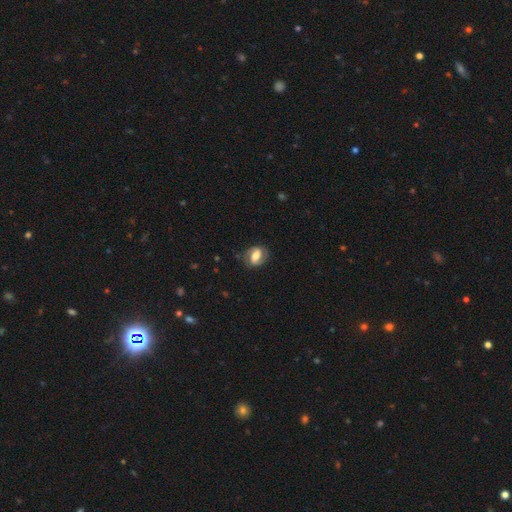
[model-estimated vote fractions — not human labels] Smooth or featured: featured or disk — 59% (smooth — 33%)
Edge-on disk: no — 96% (yes — 4%)
Bar: weak — 41% (strong — 34%)
Spiral arms: yes — 83% (no — 17%)
Bulge size: moderate — 48% (large — 31%)
Merging: none — 75% (minor disturbance — 17%)